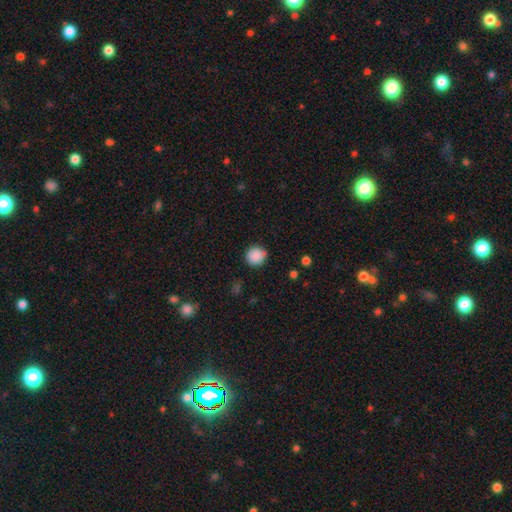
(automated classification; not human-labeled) A smooth galaxy with no disk features (88%) that is round (91%). Merging: none (87%).